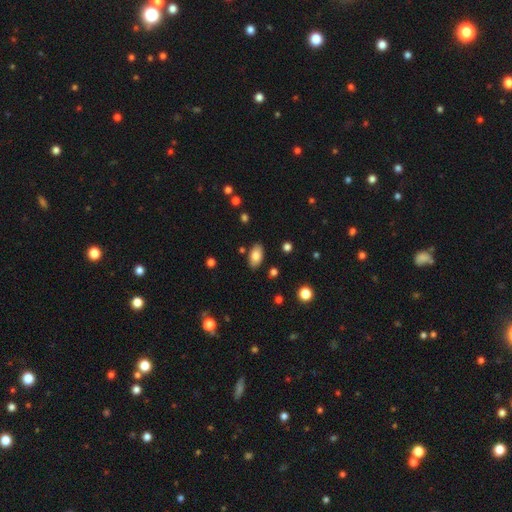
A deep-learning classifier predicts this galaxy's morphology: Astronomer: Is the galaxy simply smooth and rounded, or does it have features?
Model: smooth — 80%.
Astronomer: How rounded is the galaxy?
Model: in between — 94%.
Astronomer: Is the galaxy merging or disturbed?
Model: none — 86%.